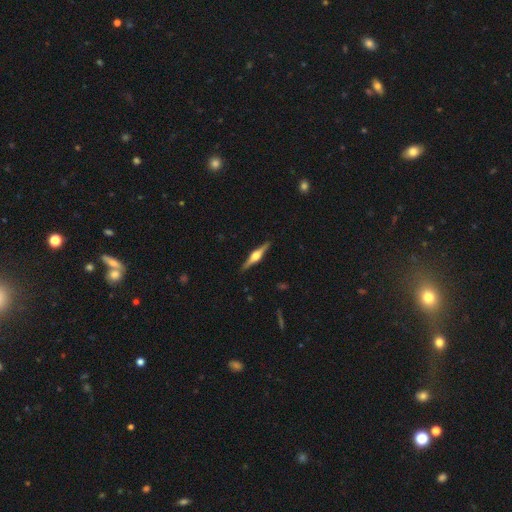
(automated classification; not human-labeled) Smooth or featured? featured or disk (80%)
Edge-on disk? yes (98%)
Edge-on bulge? rounded (93%)
Merging? none (91%)